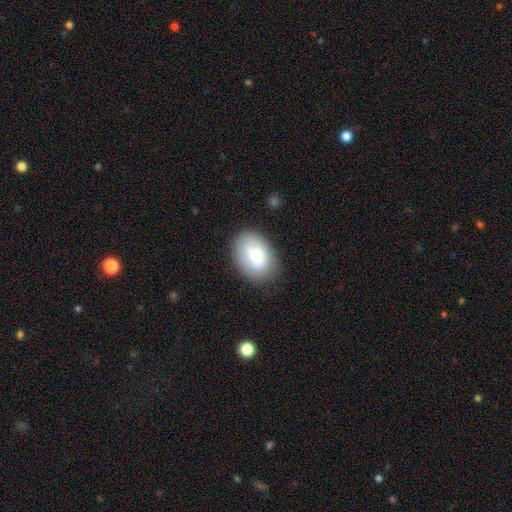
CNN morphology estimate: This appears to be a smooth galaxy with no disk features (71%) that is in between round and cigar-shaped (80%). Merging: none (81%).